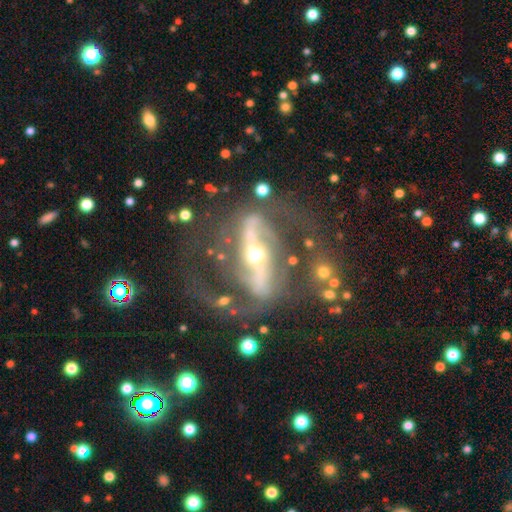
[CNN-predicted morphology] The model was most divided on "bulge size" (2-way tie): small: 47%, moderate: 47%, large: 4%, dominant: 1%, none: 1%. Remaining: edge-on disk — no (92%); spiral arms — yes (91%); spiral arm count — 2 (89%); smooth or featured — featured or disk (89%); bar — strong (72%); merging — none (62%); spiral winding — loose (43%).